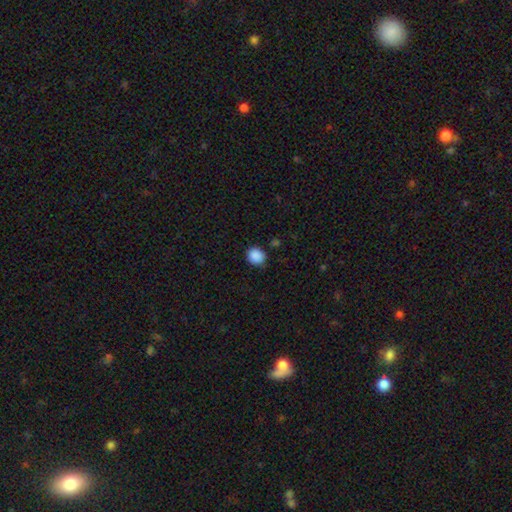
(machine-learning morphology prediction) This is clearly a smooth galaxy (88%). How rounded: likely round (80%). Merging: clearly none (85%).